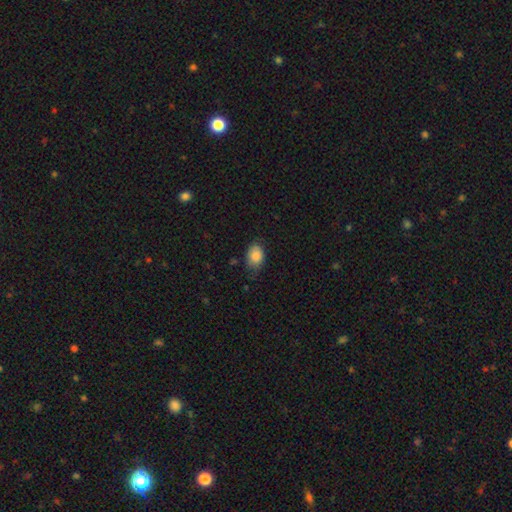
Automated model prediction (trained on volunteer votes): Q: Smooth or featured?
A: smooth (86%); runner-up: star or artifact (8%)
Q: How rounded?
A: in between (79%); runner-up: round (20%)
Q: Merging?
A: none (66%); runner-up: minor disturbance (27%)